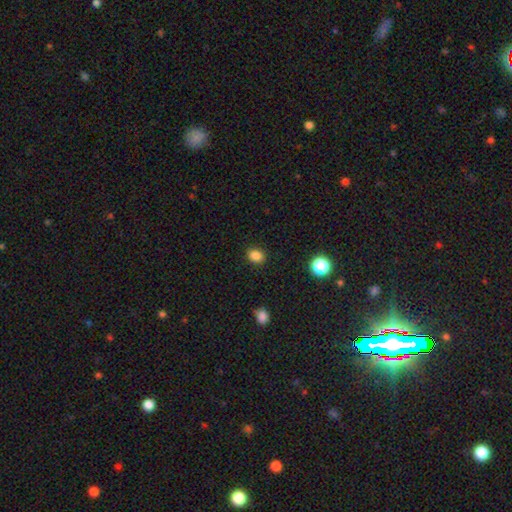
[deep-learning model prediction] A smooth galaxy with no disk features (85%) that is in between round and cigar-shaped (53%).

Vote fractions:
- Smooth or featured? smooth: 85% / star or artifact: 12% / featured or disk: 4%
- How rounded? in between: 53% / round: 46% / cigar-shaped: 1%
- Merging? none: 88% / minor disturbance: 9% / major disturbance: 2% / merger: 1%